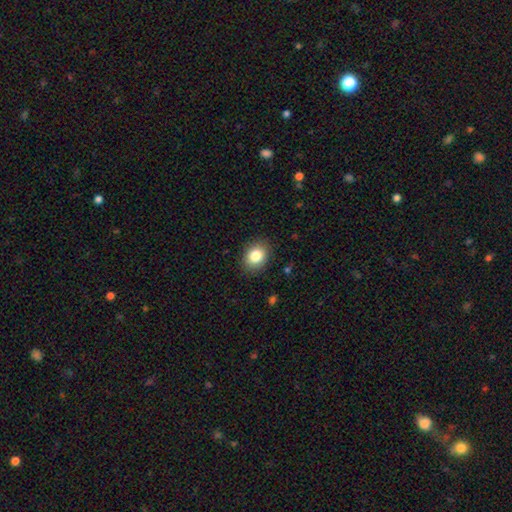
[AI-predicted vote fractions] The model was most divided on "how rounded": in between: 52%, round: 47%, cigar-shaped: 1%. More confident: merging — none (87%); smooth or featured — smooth (84%).